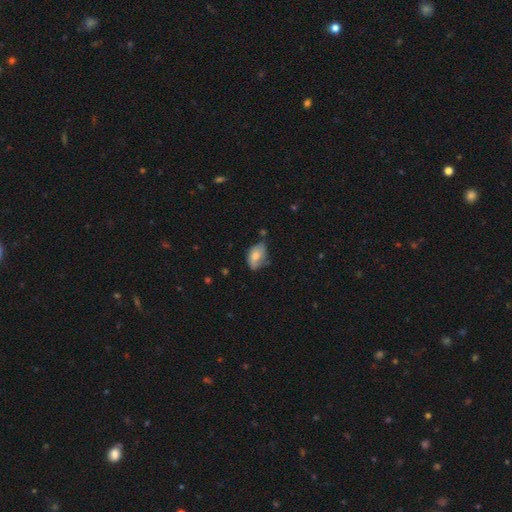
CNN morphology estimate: smooth-or-featured: smooth: 66% | featured or disk: 27% | star or artifact: 8%
  how-rounded: in between: 87% | round: 11% | cigar-shaped: 2%
  merging: none: 43% | minor disturbance: 38% | major disturbance: 14% | merger: 5%